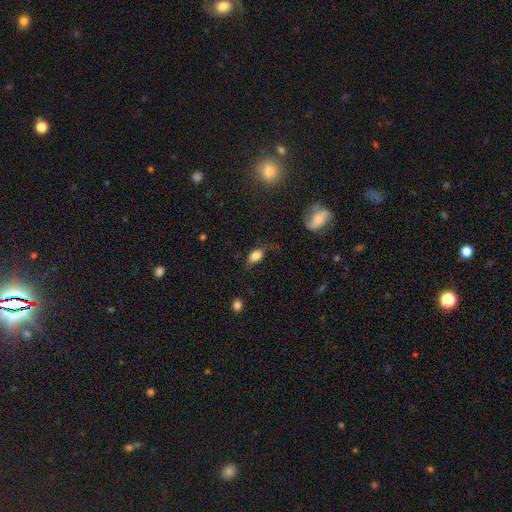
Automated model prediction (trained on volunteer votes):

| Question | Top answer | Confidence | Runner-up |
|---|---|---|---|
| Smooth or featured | smooth | 80% | featured or disk (11%) |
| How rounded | in between | 89% | round (7%) |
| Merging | none | 50% | minor disturbance (28%) |